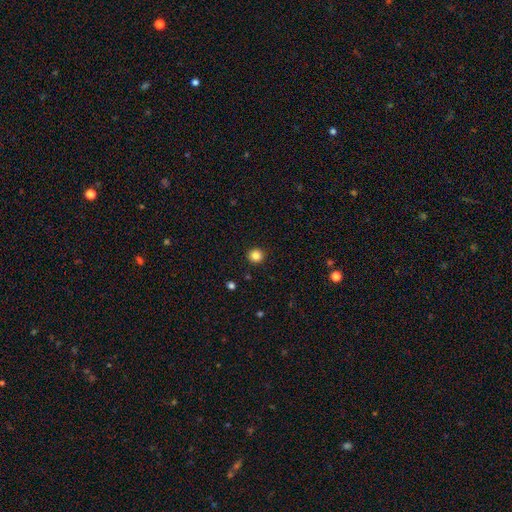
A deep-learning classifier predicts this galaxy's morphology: The model was most divided on "smooth or featured": smooth: 84%, star or artifact: 11%, featured or disk: 5%. More confident: how rounded — round (94%); merging — none (93%).